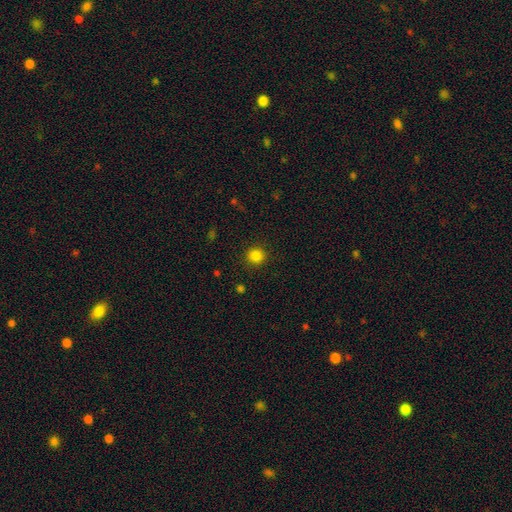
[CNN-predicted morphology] smooth-or-featured: smooth: 84% | star or artifact: 12% | featured or disk: 3%
  how-rounded: round: 92% | in between: 7% | cigar-shaped: 1%
  merging: none: 90% | minor disturbance: 6% | major disturbance: 2% | merger: 1%